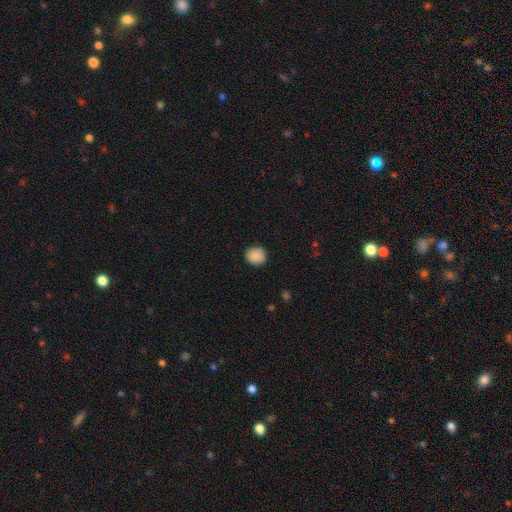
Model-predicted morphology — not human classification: This appears to be a smooth galaxy with no disk features (88%) that is round (77%). Merging: none (85%).